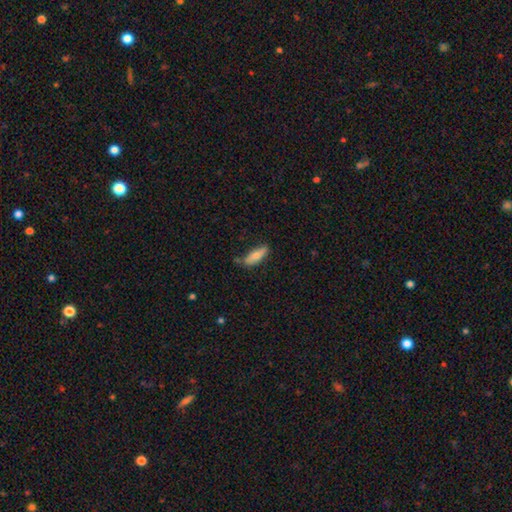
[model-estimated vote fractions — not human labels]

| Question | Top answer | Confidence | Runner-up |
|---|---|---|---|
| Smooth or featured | smooth | 75% | featured or disk (19%) |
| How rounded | cigar-shaped | 51% | in between (47%) |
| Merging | none | 67% | minor disturbance (23%) |